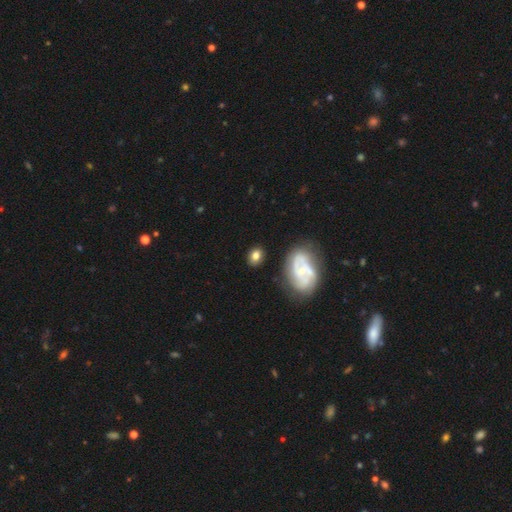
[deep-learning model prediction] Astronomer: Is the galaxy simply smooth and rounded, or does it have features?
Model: smooth — 68%.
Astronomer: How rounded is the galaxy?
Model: in between — 55% (runner-up: round, 43%).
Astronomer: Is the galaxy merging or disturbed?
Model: none — 77%.